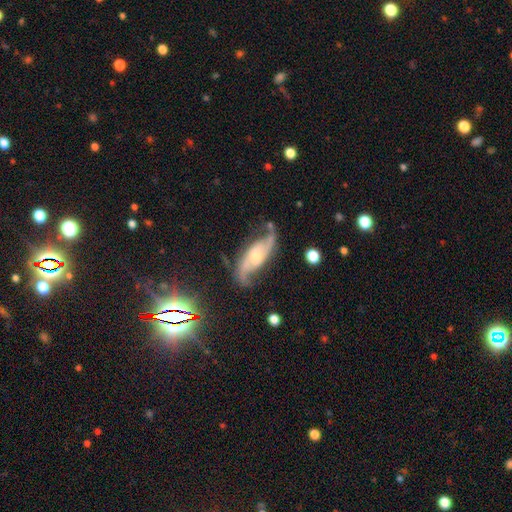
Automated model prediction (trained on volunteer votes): Smooth or featured: featured or disk — 87% (smooth — 7%)
Edge-on disk: no — 94% (yes — 6%)
Bar: weak — 41% (no — 39%)
Spiral arms: yes — 97% (no — 3%)
Spiral winding: loose — 55% (medium — 35%)
Spiral arm count: 2 — 92% (can't tell — 3%)
Bulge size: small — 53% (moderate — 36%)
Merging: none — 71% (minor disturbance — 17%)